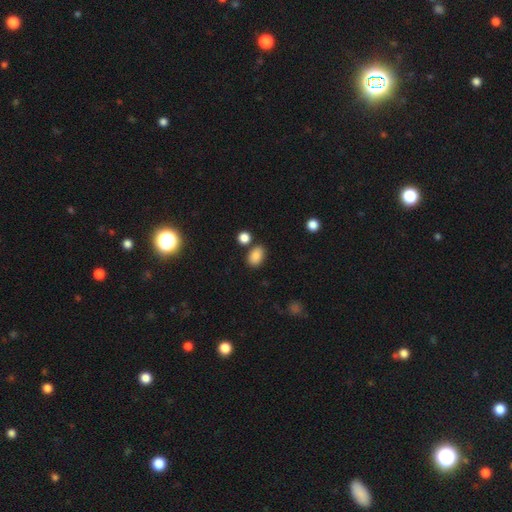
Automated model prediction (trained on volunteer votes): smooth 86%, star or artifact 10%, featured or disk 5%. Down the decision tree: how rounded — in between (82%); merging — none (77%).